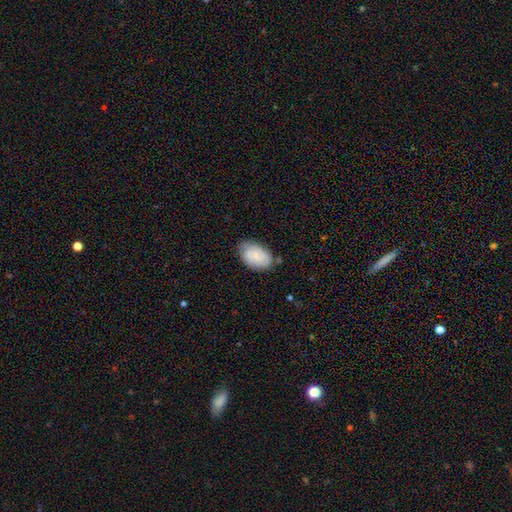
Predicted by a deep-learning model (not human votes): Smooth or featured: featured or disk — 52% (smooth — 41%)
Edge-on disk: no — 97% (yes — 3%)
Bar: no — 59% (weak — 35%)
Spiral arms: yes — 88% (no — 12%)
Bulge size: small — 65% (moderate — 19%)
Merging: none — 72% (minor disturbance — 21%)